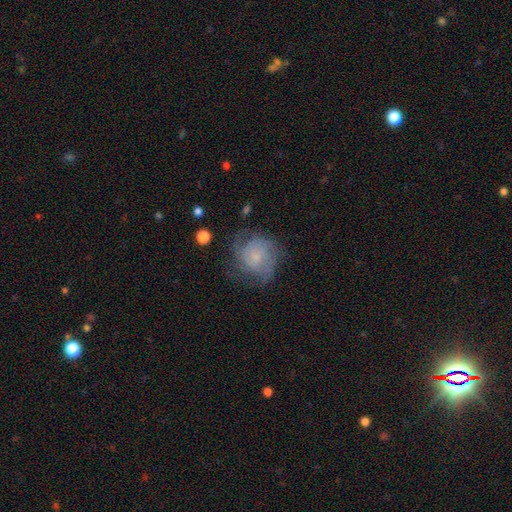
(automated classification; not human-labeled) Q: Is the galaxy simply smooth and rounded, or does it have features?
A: featured or disk — 62%.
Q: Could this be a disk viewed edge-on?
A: no — 98%.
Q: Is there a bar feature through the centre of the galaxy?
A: no — 79%.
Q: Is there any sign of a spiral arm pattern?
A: yes — 87%.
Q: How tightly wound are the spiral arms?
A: tight — 52%.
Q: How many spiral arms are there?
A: can't tell — 40%.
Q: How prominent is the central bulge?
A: small — 62%.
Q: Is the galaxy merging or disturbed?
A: none — 61%.